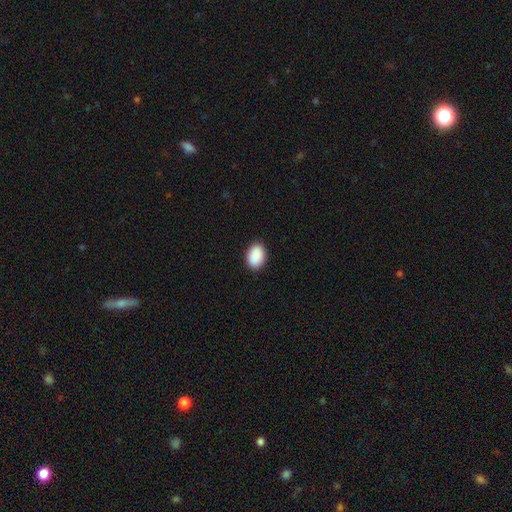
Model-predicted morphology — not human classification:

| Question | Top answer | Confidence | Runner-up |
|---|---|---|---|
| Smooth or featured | smooth | 91% | star or artifact (7%) |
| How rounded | in between | 85% | round (14%) |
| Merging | none | 89% | minor disturbance (8%) |